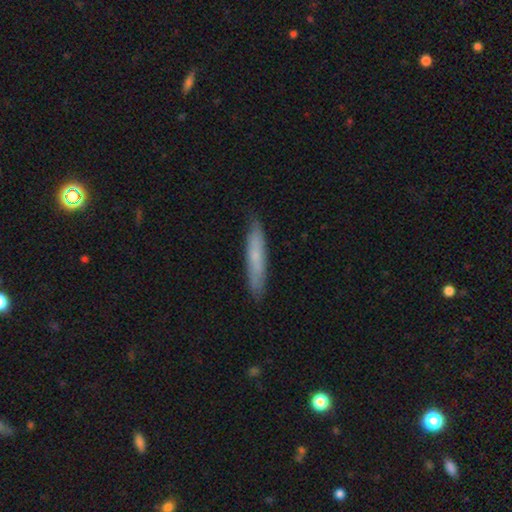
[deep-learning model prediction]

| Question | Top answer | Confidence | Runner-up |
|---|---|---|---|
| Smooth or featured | smooth | 59% | featured or disk (34%) |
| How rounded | cigar-shaped | 92% | in between (7%) |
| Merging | none | 85% | minor disturbance (12%) |